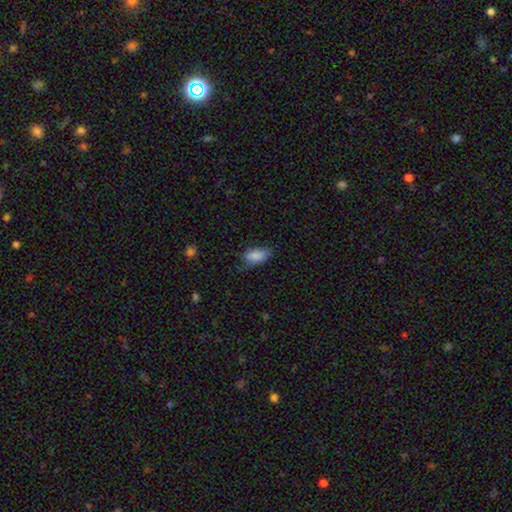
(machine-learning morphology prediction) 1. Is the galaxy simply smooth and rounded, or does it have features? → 86% smooth, 7% featured or disk, 7% star or artifact.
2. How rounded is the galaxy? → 91% in between, 6% cigar-shaped, 3% round.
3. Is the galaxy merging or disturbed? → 61% none, 29% minor disturbance, 9% major disturbance, 1% merger.